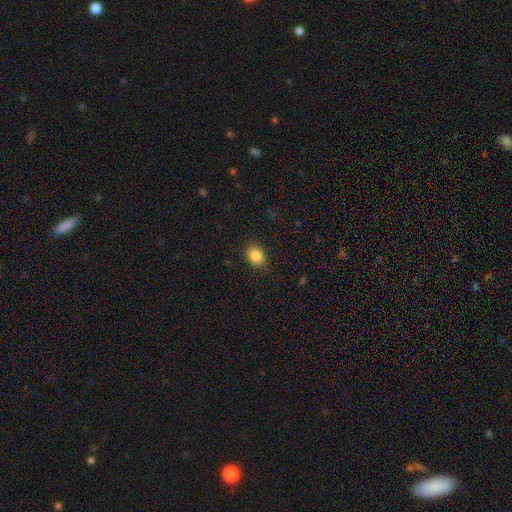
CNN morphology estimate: smooth_or_featured: smooth (p=0.86) [alt: star or artifact p=0.09]
how_rounded: in between (p=0.57) [alt: round p=0.42]
merging: none (p=0.88) [alt: minor disturbance p=0.09]